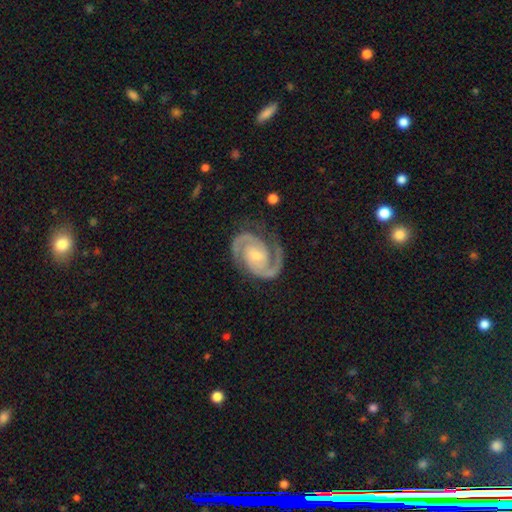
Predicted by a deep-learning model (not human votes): Q: Smooth or featured?
A: featured or disk (93%); runner-up: star or artifact (4%)
Q: Edge-on disk?
A: no (98%); runner-up: yes (2%)
Q: Bar?
A: no (55%); runner-up: weak (33%)
Q: Spiral arms?
A: yes (99%); runner-up: no (1%)
Q: Spiral winding?
A: medium (47%); tied with: tight (47%)
Q: Spiral arm count?
A: 2 (94%); runner-up: can't tell (2%)
Q: Bulge size?
A: small (48%); runner-up: moderate (42%)
Q: Merging?
A: none (82%); runner-up: minor disturbance (13%)